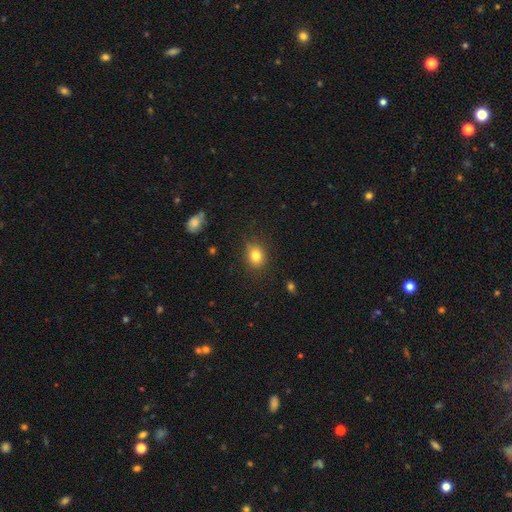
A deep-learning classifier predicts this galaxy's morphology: Smooth or featured?
  - smooth: 82% *
  - star or artifact: 11%
  - featured or disk: 7%
How rounded?
  - round: 59% *
  - in between: 40%
  - cigar-shaped: 1%
Merging?
  - none: 82% *
  - minor disturbance: 13%
  - major disturbance: 3%
  - merger: 1%